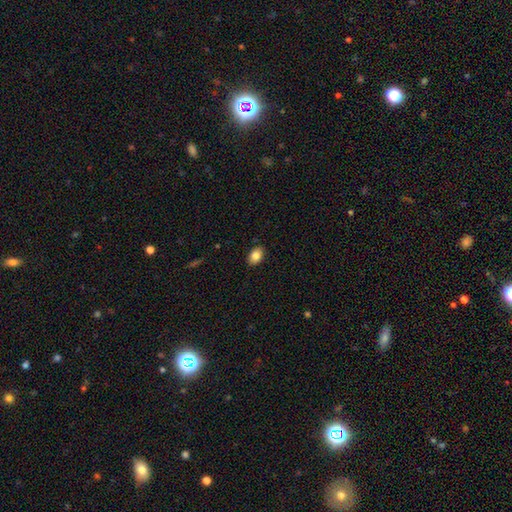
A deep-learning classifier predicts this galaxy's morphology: This appears to be a smooth galaxy with no disk features (83%) that is in between round and cigar-shaped (83%). Merging: none (88%).